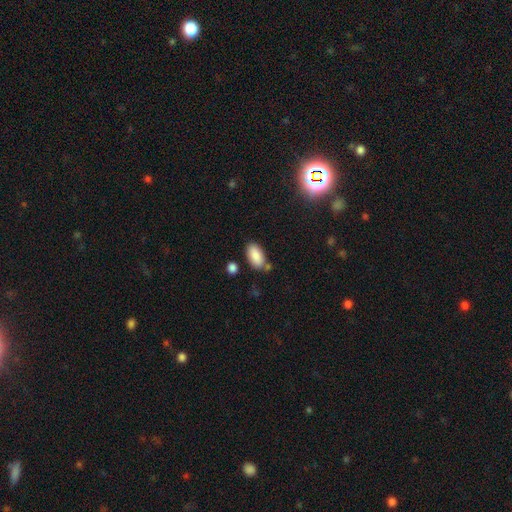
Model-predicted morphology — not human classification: smooth_or_featured: smooth (p=0.87) [alt: star or artifact p=0.07]
how_rounded: in between (p=0.93) [alt: cigar-shaped p=0.04]
merging: none (p=0.74) [alt: minor disturbance p=0.14]